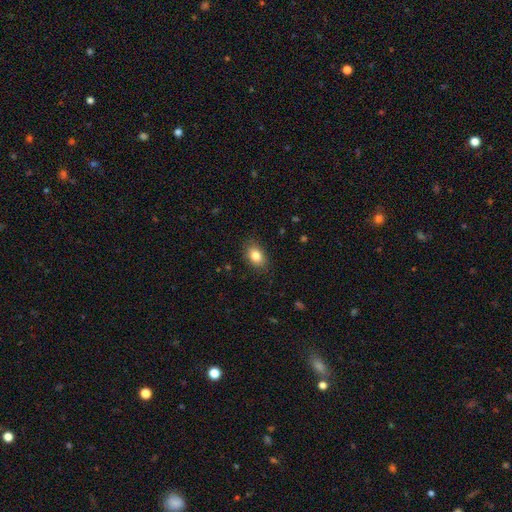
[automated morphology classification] smooth-or-featured: smooth: 83% | star or artifact: 9% | featured or disk: 8%
  how-rounded: in between: 80% | round: 19% | cigar-shaped: 1%
  merging: none: 86% | minor disturbance: 11% | major disturbance: 3% | merger: 1%